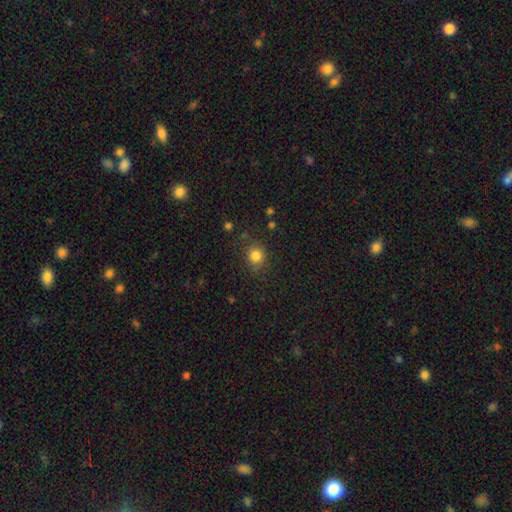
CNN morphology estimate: Smooth or featured?
  - smooth: 83% *
  - star or artifact: 12%
  - featured or disk: 5%
How rounded?
  - round: 84% *
  - in between: 15%
  - cigar-shaped: 1%
Merging?
  - none: 82% *
  - minor disturbance: 12%
  - major disturbance: 4%
  - merger: 2%